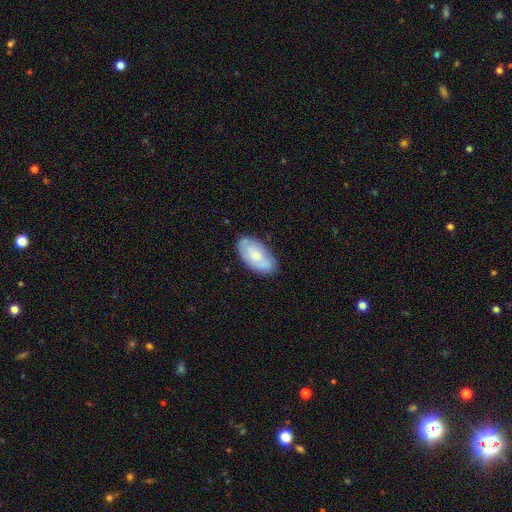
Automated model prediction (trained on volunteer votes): smooth_or_featured: smooth (p=0.66) [alt: featured or disk p=0.28]
how_rounded: in between (p=0.94) [alt: cigar-shaped p=0.03]
merging: none (p=0.80) [alt: minor disturbance p=0.16]